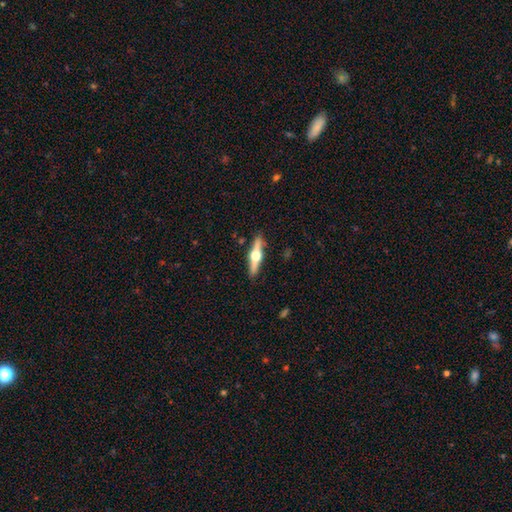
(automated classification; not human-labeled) featured or disk 72%, smooth 23%, star or artifact 5%. Down the decision tree: edge-on disk — yes (97%); edge-on bulge — rounded (97%); merging — none (90%).